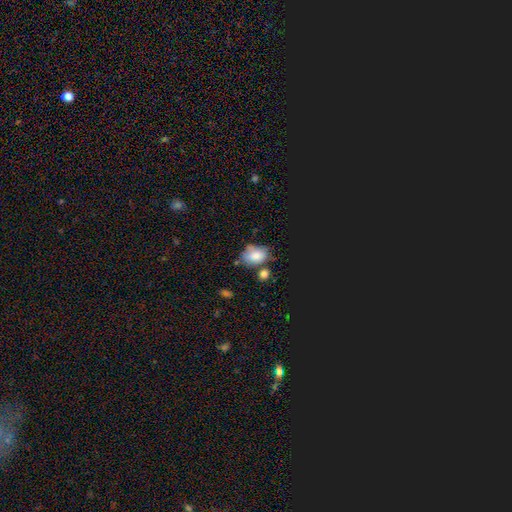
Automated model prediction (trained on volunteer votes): Smooth or featured?
  - smooth: 75% *
  - star or artifact: 13%
  - featured or disk: 12%
How rounded?
  - in between: 74% *
  - round: 25%
  - cigar-shaped: 1%
Merging?
  - none: 51% *
  - minor disturbance: 25%
  - merger: 16%
  - major disturbance: 8%